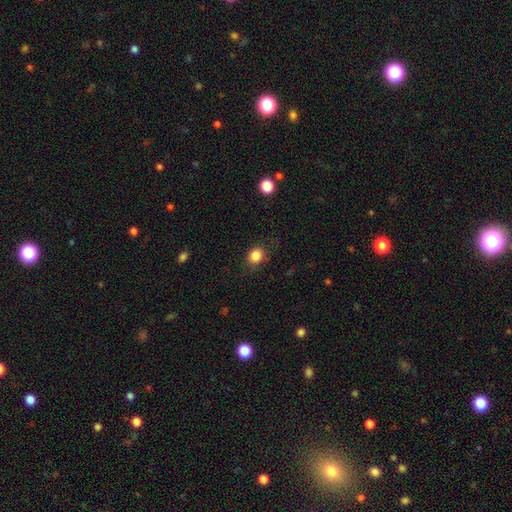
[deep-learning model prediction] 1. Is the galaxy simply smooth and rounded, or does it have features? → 85% smooth, 10% star or artifact, 5% featured or disk.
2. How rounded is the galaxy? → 66% round, 33% in between, 1% cigar-shaped.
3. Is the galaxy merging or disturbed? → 80% none, 14% minor disturbance, 5% major disturbance, 1% merger.